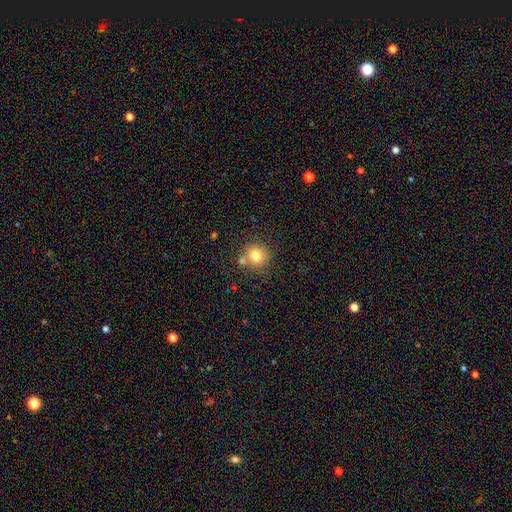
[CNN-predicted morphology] This is likely a smooth galaxy (79%). How rounded: clearly round (91%). Merging: likely none (73%).